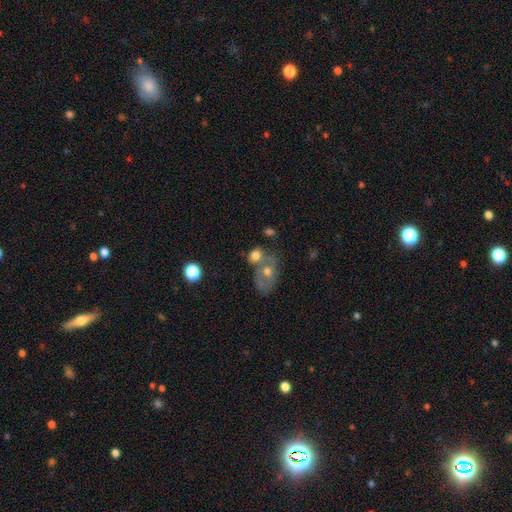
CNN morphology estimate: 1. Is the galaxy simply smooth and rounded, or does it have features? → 66% smooth, 24% featured or disk, 10% star or artifact.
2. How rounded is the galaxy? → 59% in between, 39% round, 2% cigar-shaped.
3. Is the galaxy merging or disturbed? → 49% merger, 31% none, 12% minor disturbance, 8% major disturbance.